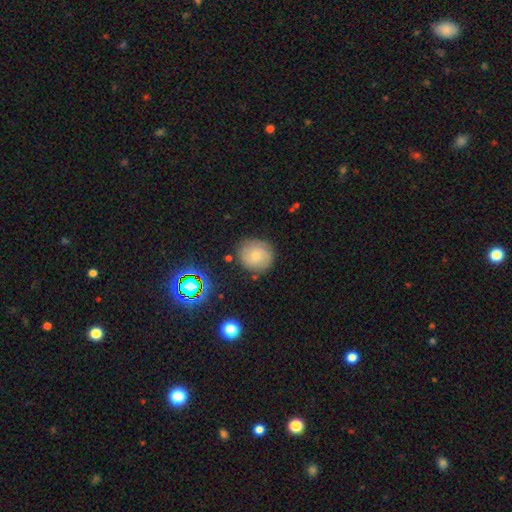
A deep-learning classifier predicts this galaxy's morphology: Smooth or featured? Predicted: smooth (p=0.65). How rounded? Predicted: round (p=0.87). Merging? Predicted: none (p=0.82).